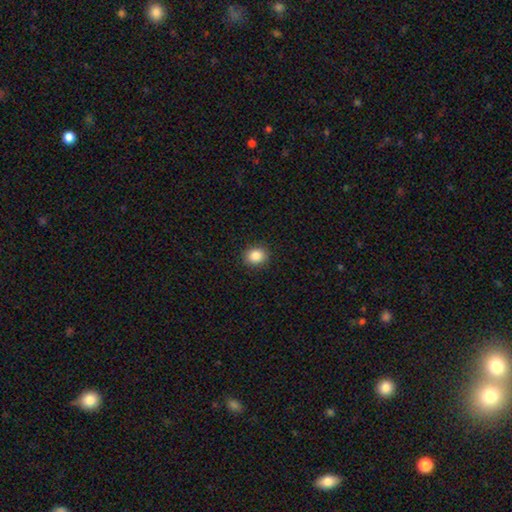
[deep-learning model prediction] smooth 87%, star or artifact 9%, featured or disk 4%. Down the decision tree: how rounded — round (64%); merging — none (91%).